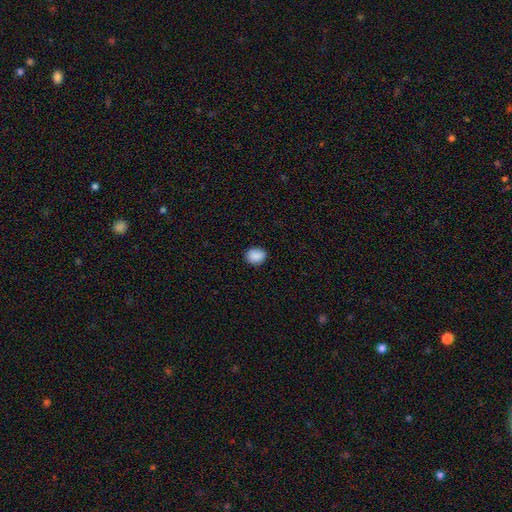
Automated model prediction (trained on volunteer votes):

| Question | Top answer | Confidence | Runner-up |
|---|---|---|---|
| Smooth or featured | smooth | 89% | star or artifact (8%) |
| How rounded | round | 58% | in between (41%) |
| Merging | none | 88% | minor disturbance (9%) |